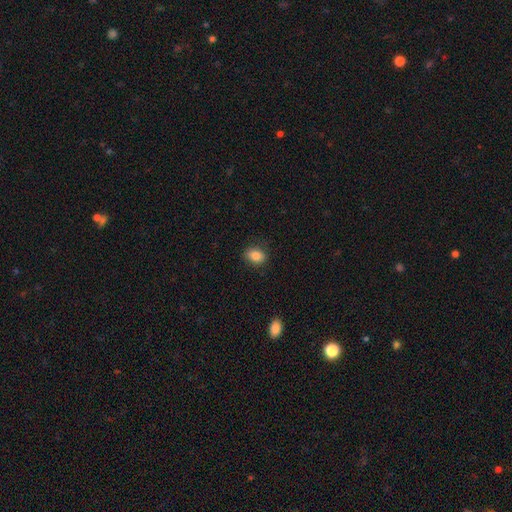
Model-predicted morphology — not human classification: This is clearly a smooth galaxy (84%). How rounded: likely in between (68%). Merging: clearly none (82%).